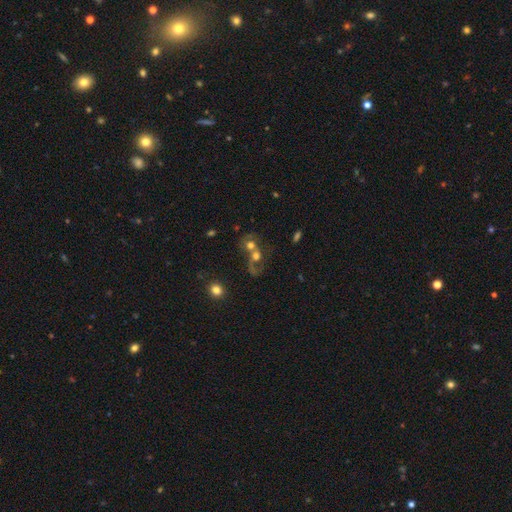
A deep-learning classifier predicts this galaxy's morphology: Overall: smooth (49%; featured or disk 36%). Merging: merger (67%).